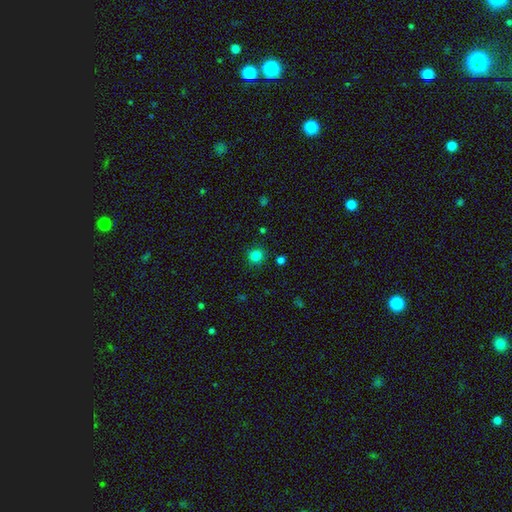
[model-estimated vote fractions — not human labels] smooth_or_featured: smooth (p=0.83) [alt: star or artifact p=0.13]
how_rounded: round (p=0.90) [alt: in between p=0.09]
merging: none (p=0.87) [alt: minor disturbance p=0.08]